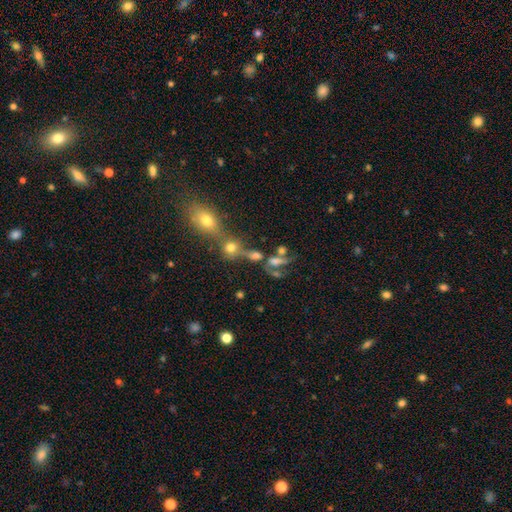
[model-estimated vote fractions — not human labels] Smooth or featured? Predicted: smooth (p=0.48). Merging? Predicted: merger (p=0.46).